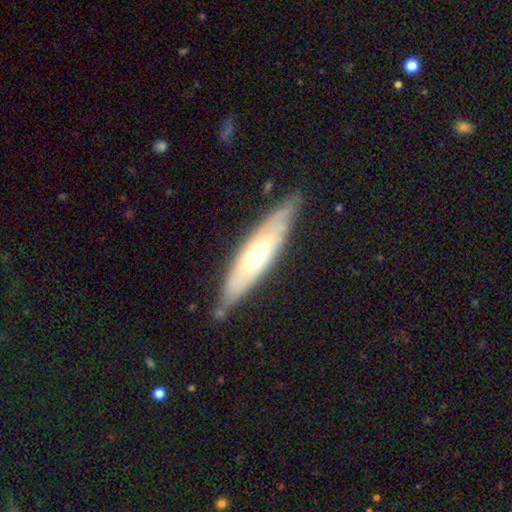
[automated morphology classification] Q: Smooth or featured?
A: featured or disk (62%); runner-up: smooth (32%)
Q: Edge-on disk?
A: yes (58%); runner-up: no (42%)
Q: Merging?
A: none (76%); runner-up: minor disturbance (18%)